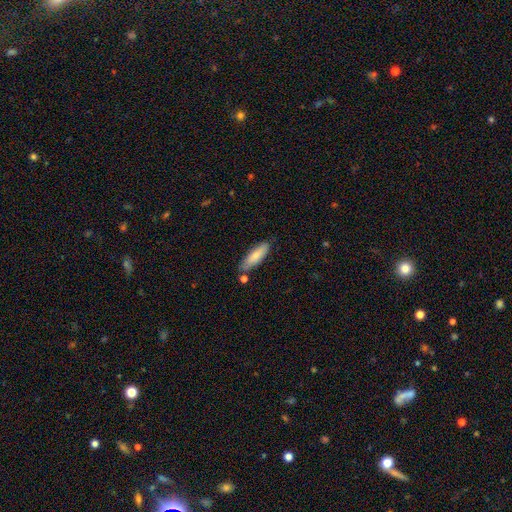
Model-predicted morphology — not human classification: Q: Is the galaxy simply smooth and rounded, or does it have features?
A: smooth — 77%.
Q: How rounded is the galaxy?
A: cigar-shaped — 52%.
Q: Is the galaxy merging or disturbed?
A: none — 74%.